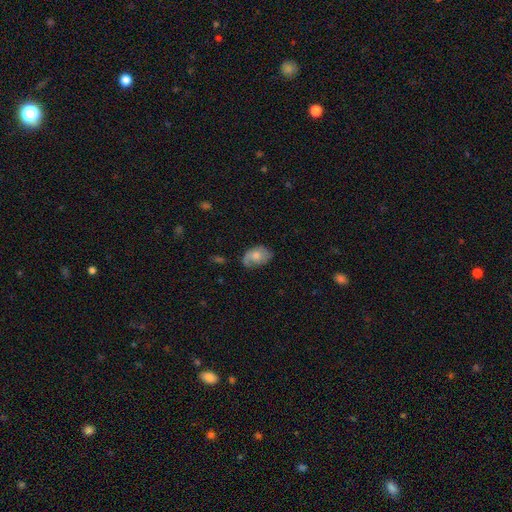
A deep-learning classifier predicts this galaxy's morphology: smooth-or-featured: smooth: 53% | featured or disk: 39% | star or artifact: 7%
  how-rounded: in between: 83% | round: 15% | cigar-shaped: 1%
  merging: none: 54% | minor disturbance: 31% | major disturbance: 13% | merger: 2%